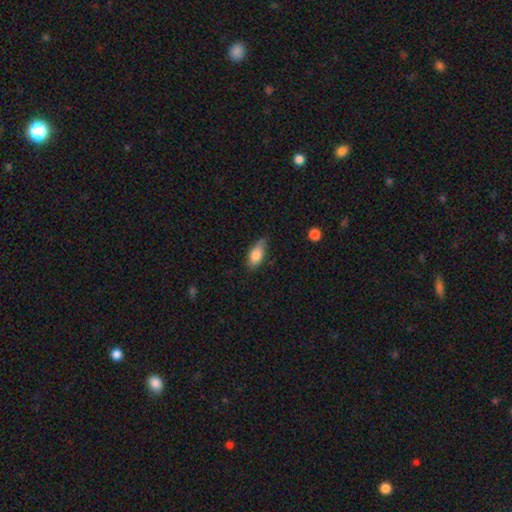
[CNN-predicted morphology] Smooth or featured: smooth — 79% (featured or disk — 14%)
How rounded: in between — 85% (cigar-shaped — 11%)
Merging: none — 59% (minor disturbance — 33%)